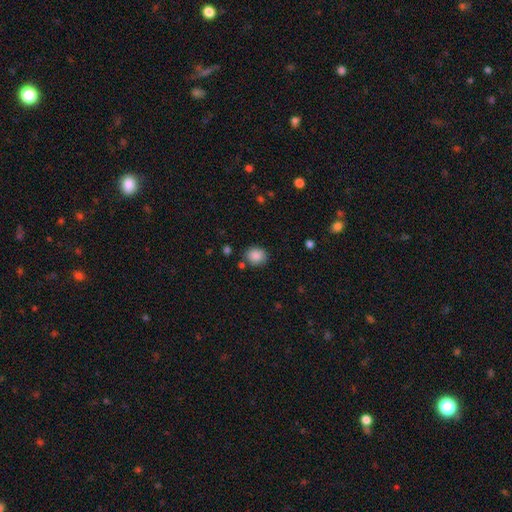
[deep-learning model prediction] The model was most divided on "how rounded": round: 72%, in between: 27%, cigar-shaped: 1%. More confident: smooth or featured — smooth (87%); merging — none (81%).